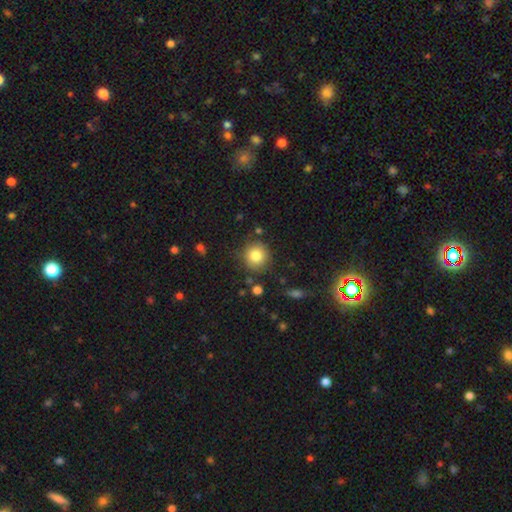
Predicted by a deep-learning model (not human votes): smooth-or-featured: smooth: 82% | star or artifact: 10% | featured or disk: 8%
  how-rounded: round: 92% | in between: 7% | cigar-shaped: 1%
  merging: none: 83% | minor disturbance: 10% | merger: 3% | major disturbance: 3%